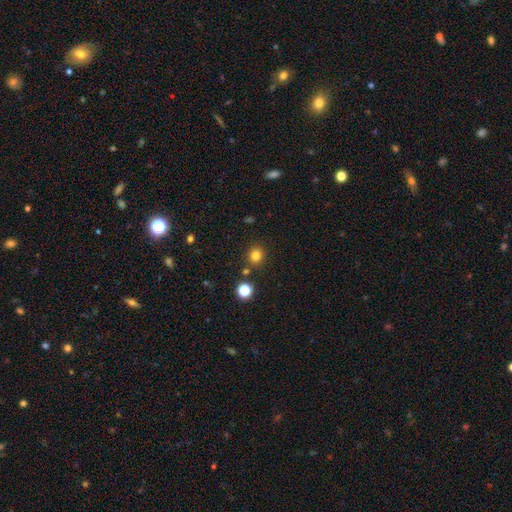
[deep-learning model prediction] Overall: smooth (79%). How rounded: round (84%). Merging: none (86%).